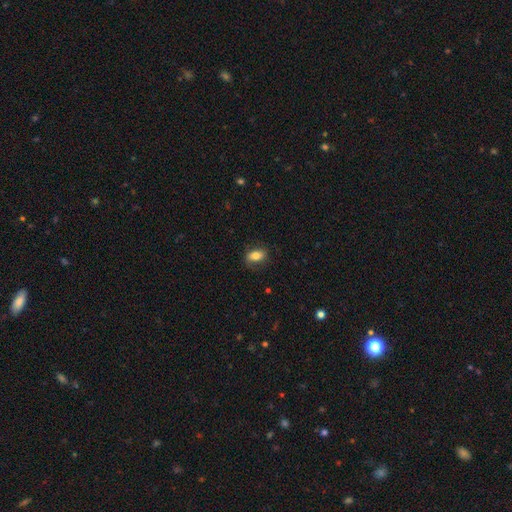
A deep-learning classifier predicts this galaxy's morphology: smooth-or-featured: smooth: 79% | featured or disk: 13% | star or artifact: 8%
  how-rounded: in between: 86% | round: 11% | cigar-shaped: 3%
  merging: none: 79% | minor disturbance: 15% | major disturbance: 4% | merger: 1%